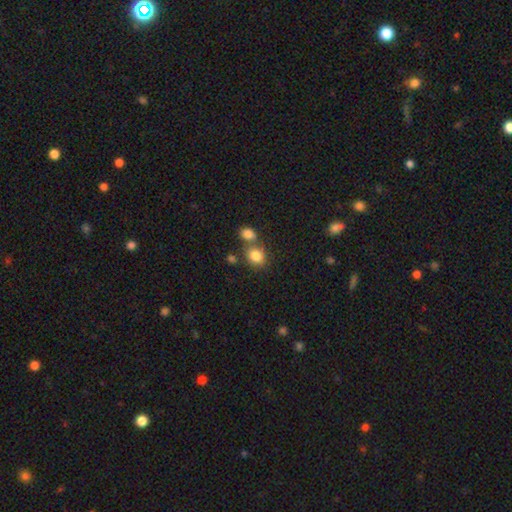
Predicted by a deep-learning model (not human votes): Overall: smooth (82%). How rounded: round (59%; in between 40%). Merging: none (53%; merger 30%).